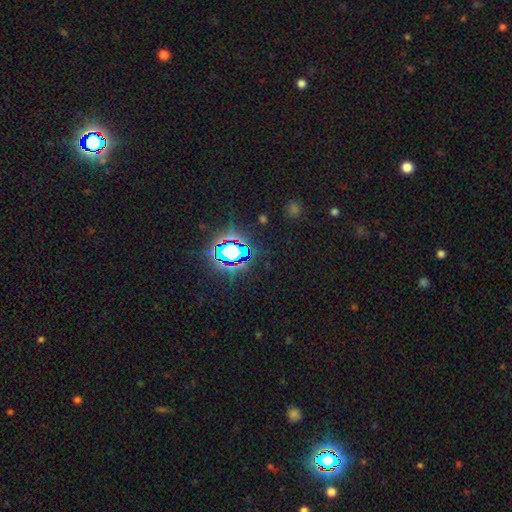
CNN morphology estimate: Q: Smooth or featured?
A: star or artifact (82%); runner-up: smooth (11%)